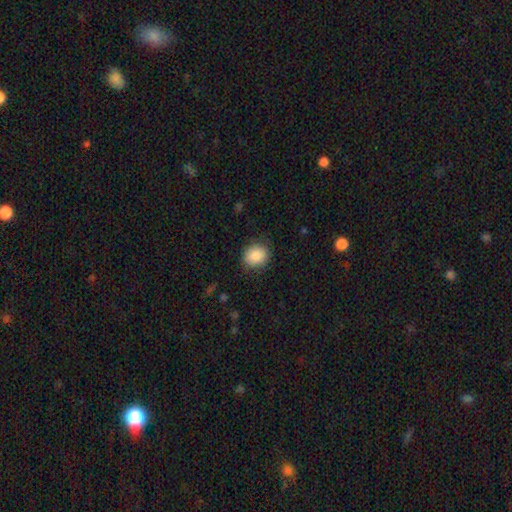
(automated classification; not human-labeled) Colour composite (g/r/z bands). It shows a smooth galaxy with no disk features (86%) that is round (63%). Merging: none (85%).